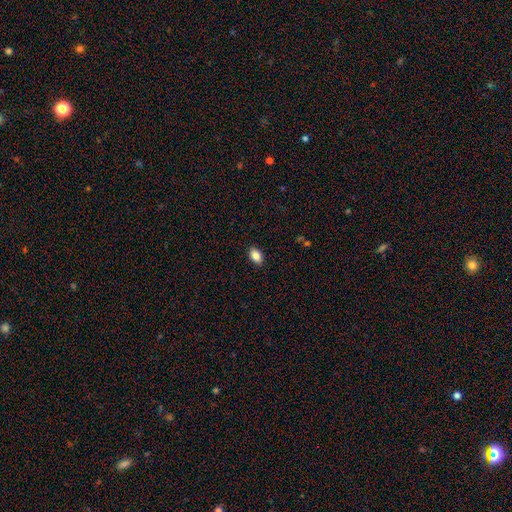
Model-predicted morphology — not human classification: Smooth or featured: smooth — 84% (star or artifact — 8%)
How rounded: in between — 89% (round — 9%)
Merging: none — 89% (minor disturbance — 8%)